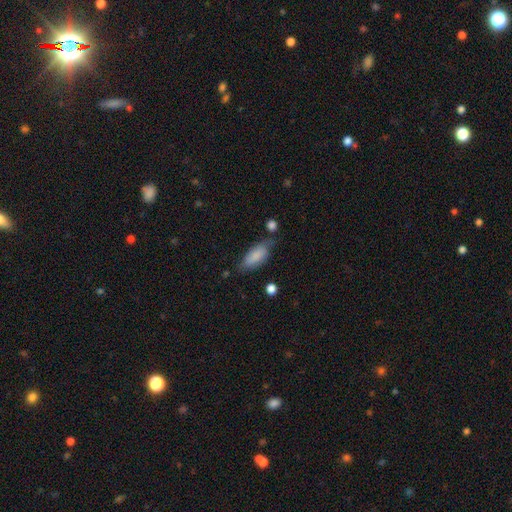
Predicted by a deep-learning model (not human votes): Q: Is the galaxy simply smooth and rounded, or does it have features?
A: smooth — 81%.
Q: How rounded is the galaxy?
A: in between — 82%.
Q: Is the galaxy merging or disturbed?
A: none — 59%.